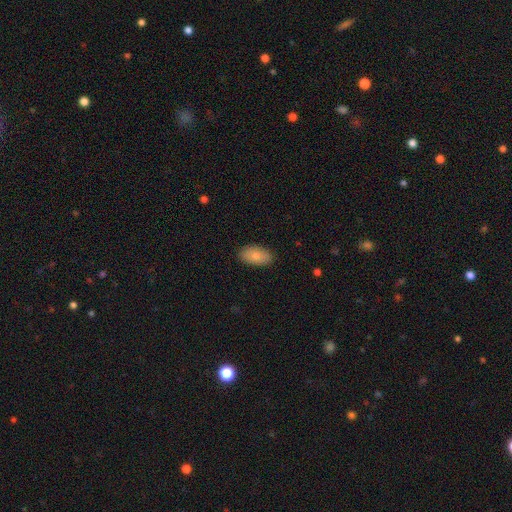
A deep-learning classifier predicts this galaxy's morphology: This appears to be a smooth galaxy with no disk features (81%) that is in between round and cigar-shaped (94%). Merging: none (86%).